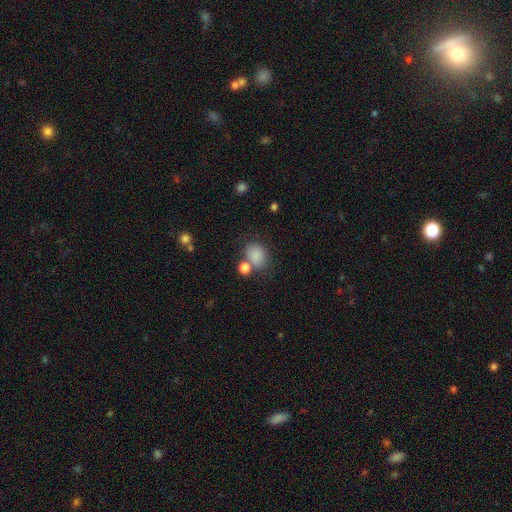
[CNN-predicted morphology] The model was most divided on "how rounded": in between: 52%, round: 46%, cigar-shaped: 1%. More confident: smooth or featured — smooth (83%); merging — none (58%).